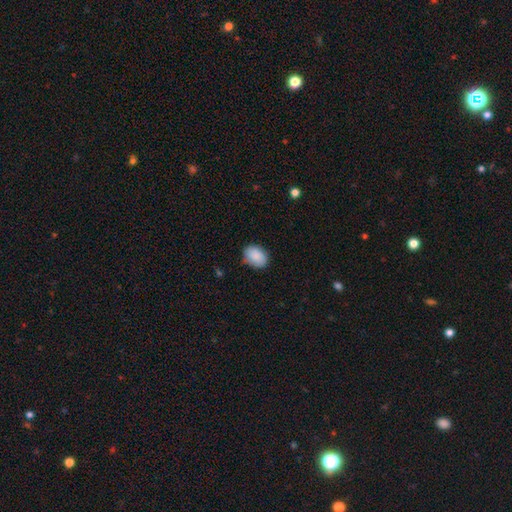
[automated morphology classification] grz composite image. It shows a smooth galaxy with no disk features (88%) that is in between round and cigar-shaped (74%). Merging: none (79%).